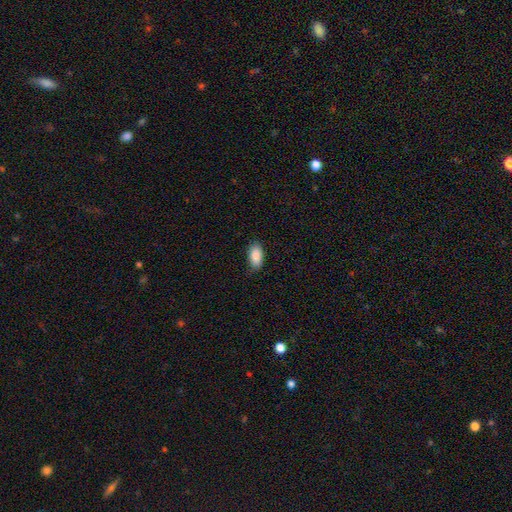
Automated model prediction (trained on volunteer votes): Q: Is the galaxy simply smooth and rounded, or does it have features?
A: smooth — 88%.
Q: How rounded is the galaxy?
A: in between — 93%.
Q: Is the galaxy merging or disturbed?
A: none — 79%.